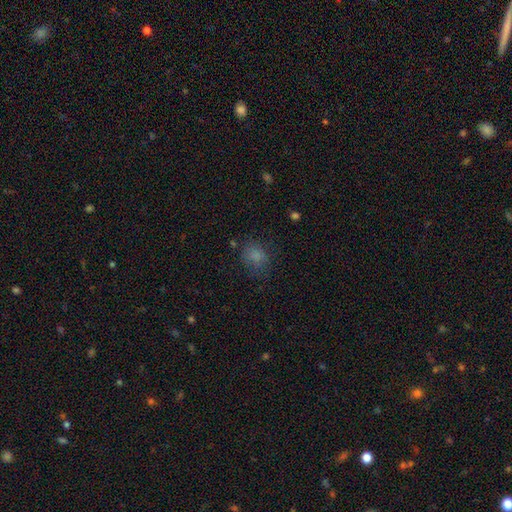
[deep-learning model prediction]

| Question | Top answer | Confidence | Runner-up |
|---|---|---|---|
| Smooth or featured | smooth | 77% | star or artifact (15%) |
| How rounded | round | 60% | in between (39%) |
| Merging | none | 70% | minor disturbance (19%) |